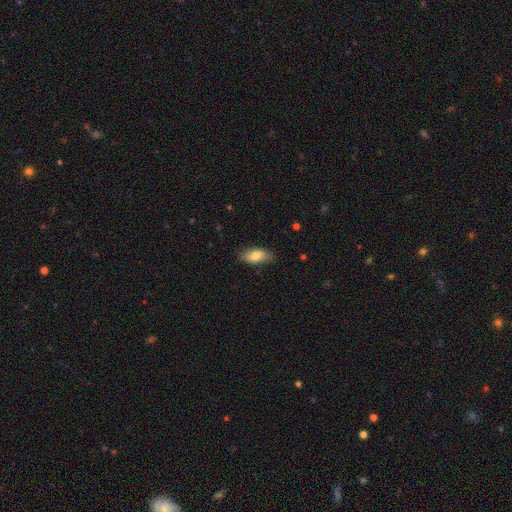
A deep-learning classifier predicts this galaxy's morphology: Q: Smooth or featured?
A: smooth (78%); runner-up: featured or disk (15%)
Q: How rounded?
A: in between (86%); runner-up: cigar-shaped (11%)
Q: Merging?
A: none (83%); runner-up: minor disturbance (14%)